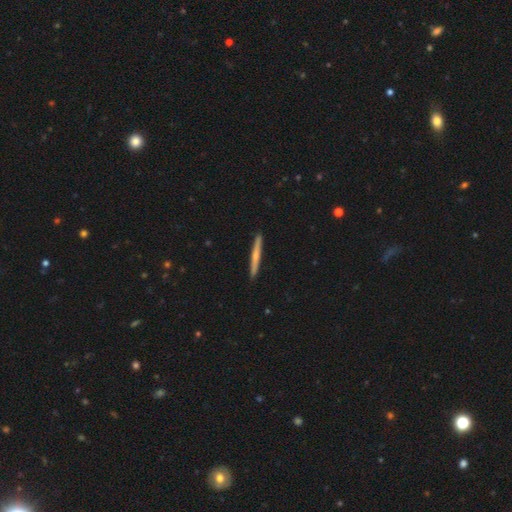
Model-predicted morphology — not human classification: type=smooth (52%); roundness=cigar-shaped (96%); merging=none (92%).